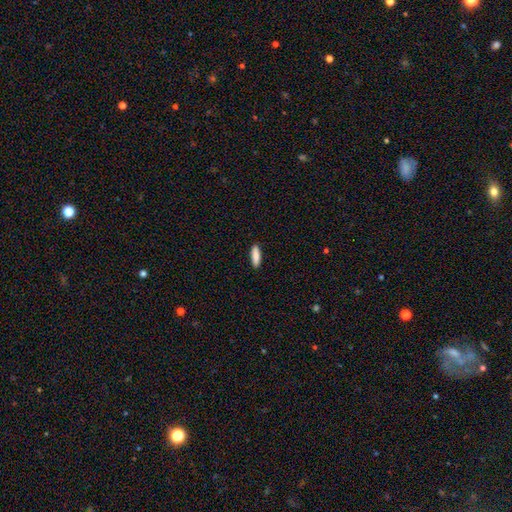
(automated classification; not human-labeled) Smooth or featured? Predicted: smooth (p=0.88). How rounded? Predicted: cigar-shaped (p=0.59). Merging? Predicted: none (p=0.90).